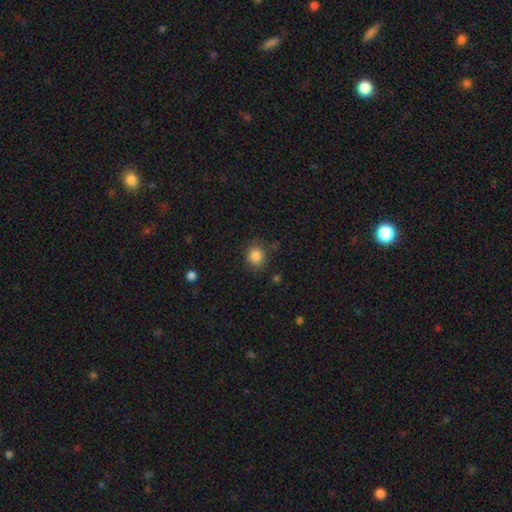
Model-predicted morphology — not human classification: This appears to be a smooth galaxy with no disk features (84%) that is round (73%). Merging: none (83%).